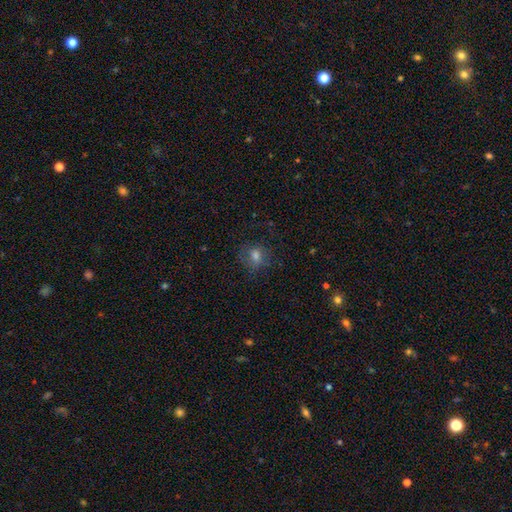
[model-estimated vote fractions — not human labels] Smooth or featured?
  - smooth: 67% *
  - star or artifact: 17%
  - featured or disk: 16%
How rounded?
  - round: 68% *
  - in between: 31%
  - cigar-shaped: 1%
Merging?
  - none: 71% *
  - minor disturbance: 18%
  - major disturbance: 10%
  - merger: 2%